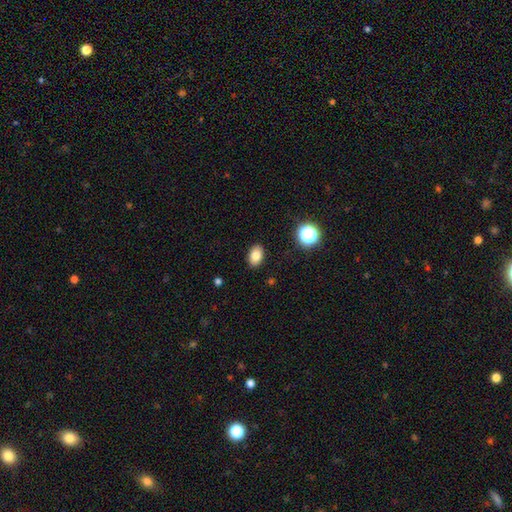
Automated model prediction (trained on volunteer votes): A smooth galaxy with no disk features (83%) that is in between round and cigar-shaped (86%).

Vote fractions:
- Smooth or featured? smooth: 83% / star or artifact: 10% / featured or disk: 7%
- How rounded? in between: 86% / round: 13% / cigar-shaped: 1%
- Merging? none: 89% / minor disturbance: 8% / major disturbance: 2% / merger: 1%